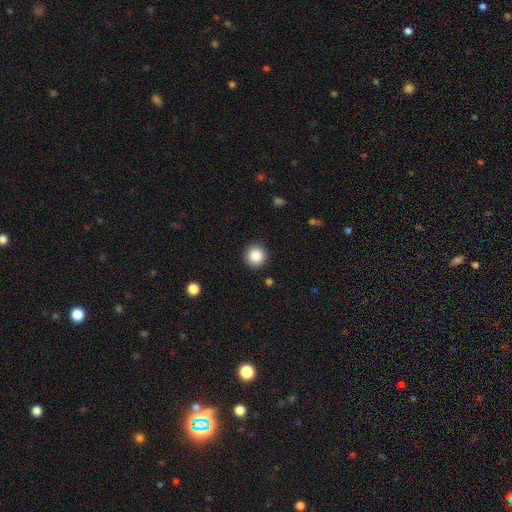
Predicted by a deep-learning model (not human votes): Q: Smooth or featured?
A: smooth (87%); runner-up: star or artifact (9%)
Q: How rounded?
A: round (95%); runner-up: in between (4%)
Q: Merging?
A: none (91%); runner-up: minor disturbance (6%)